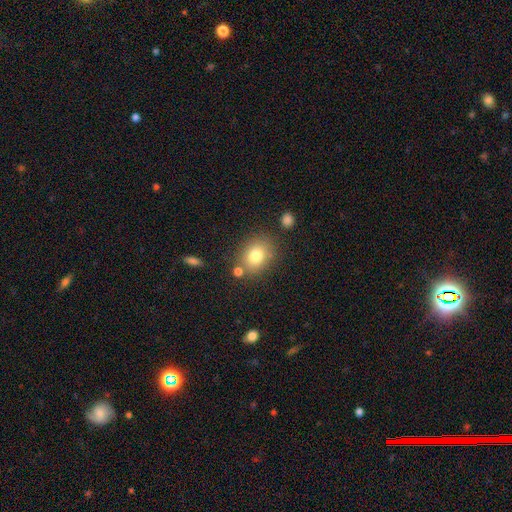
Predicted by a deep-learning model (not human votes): Overall: smooth (79%). How rounded: in between (55%; round 44%). Merging: none (74%).